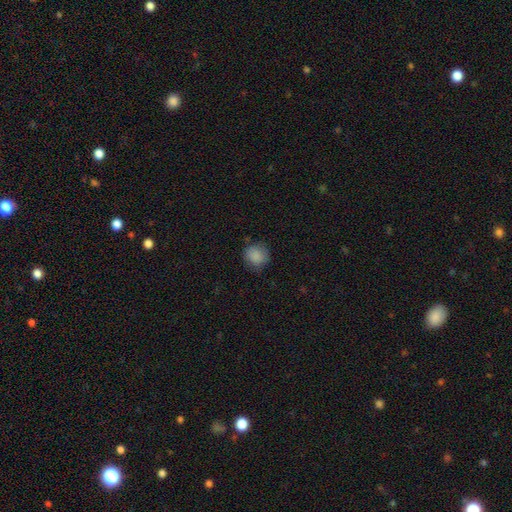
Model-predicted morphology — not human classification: A smooth galaxy with no disk features (87%) that is round (85%). Merging: none (78%).